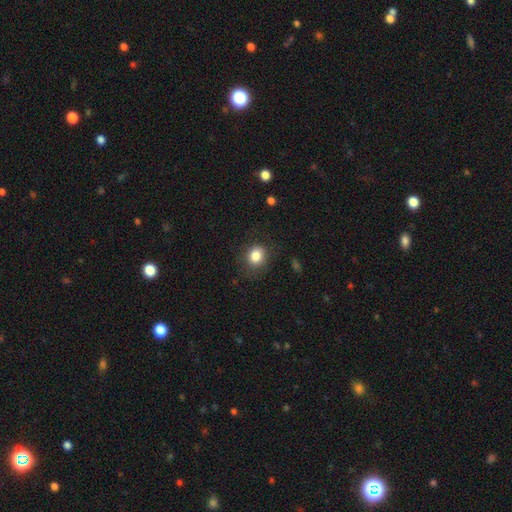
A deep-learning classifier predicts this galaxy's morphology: Smooth or featured: smooth — 84% (star or artifact — 10%)
How rounded: round — 59% (in between — 40%)
Merging: none — 77% (minor disturbance — 16%)